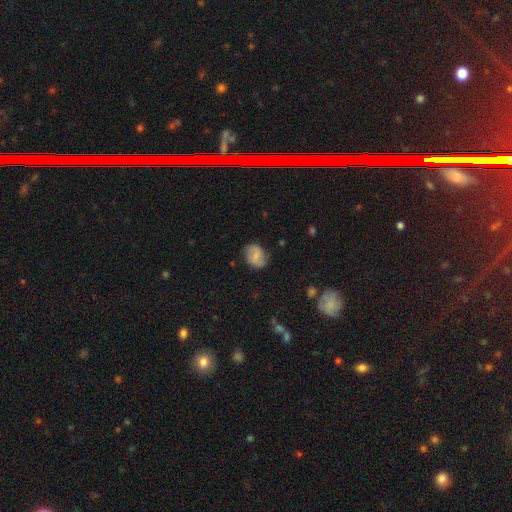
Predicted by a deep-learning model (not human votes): Overall: smooth (59%; featured or disk 34%). How rounded: in between (60%; round 39%). Merging: none (75%).